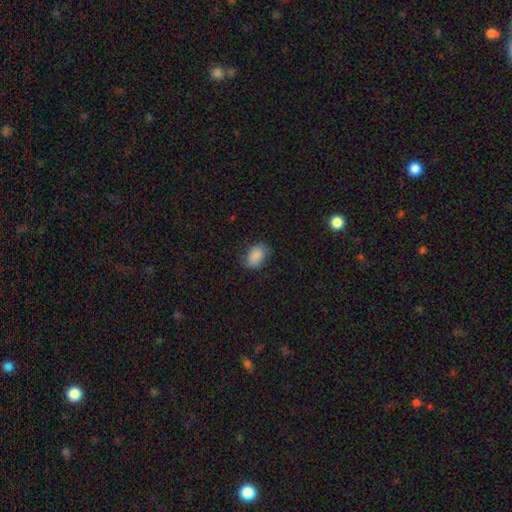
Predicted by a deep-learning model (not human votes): smooth-or-featured: smooth: 87% | star or artifact: 7% | featured or disk: 6%
  how-rounded: in between: 86% | round: 13% | cigar-shaped: 1%
  merging: none: 74% | minor disturbance: 19% | major disturbance: 5% | merger: 1%